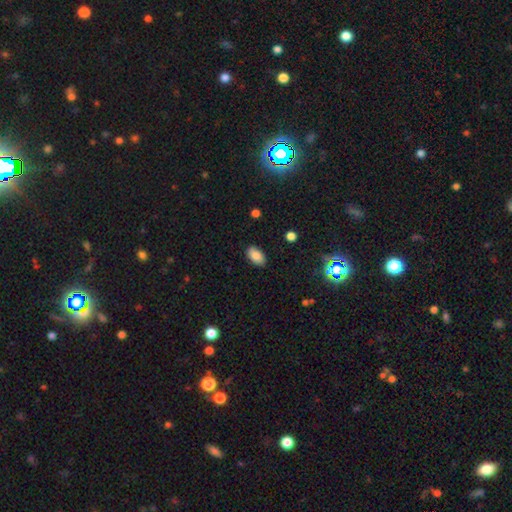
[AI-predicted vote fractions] This appears to be a smooth galaxy with no disk features (85%) that is in between round and cigar-shaped (93%). Merging: none (87%).